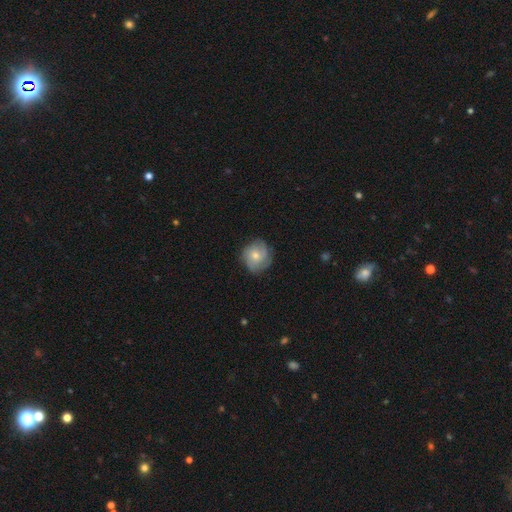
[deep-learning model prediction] This appears to be a featured or disk galaxy (49%). Merging: none (75%).